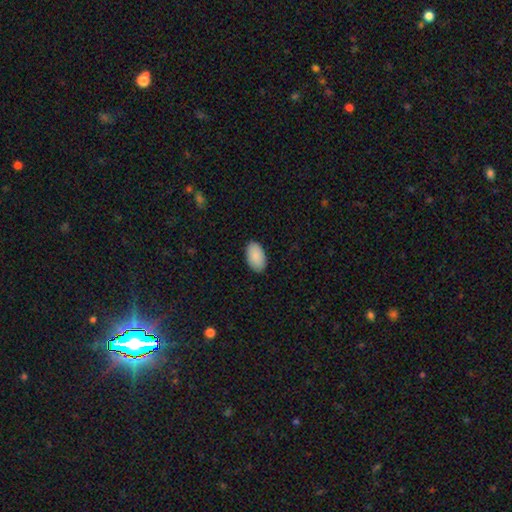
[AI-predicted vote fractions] Morphology: type=smooth (88%); roundness=in between (95%); merging=none (89%).